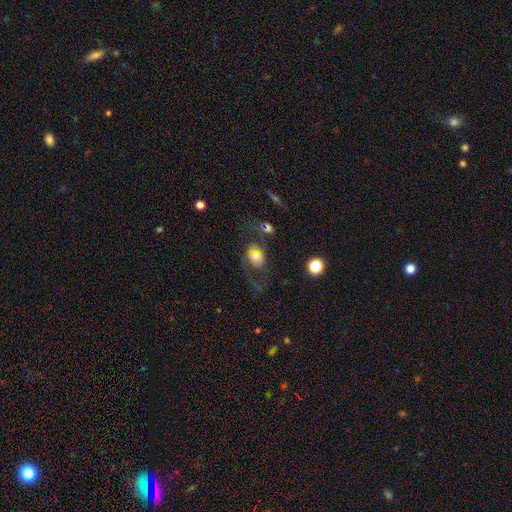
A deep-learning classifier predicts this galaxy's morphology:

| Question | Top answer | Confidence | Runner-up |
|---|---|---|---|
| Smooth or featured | featured or disk | 43% | tied: smooth (43%) |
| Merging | none | 40% | major disturbance (34%) |